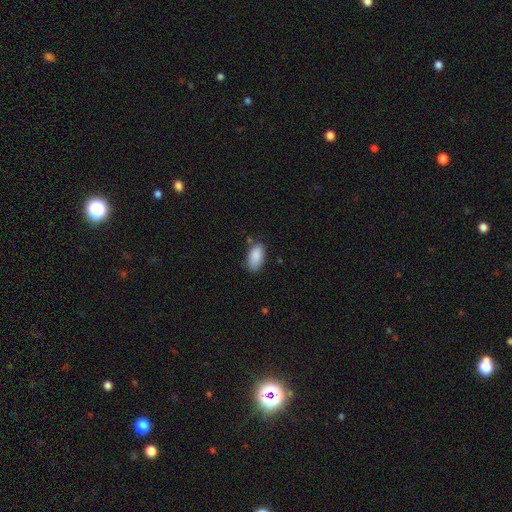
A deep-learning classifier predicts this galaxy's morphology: Smooth or featured? Predicted: smooth (p=0.89). How rounded? Predicted: in between (p=0.94). Merging? Predicted: none (p=0.74).